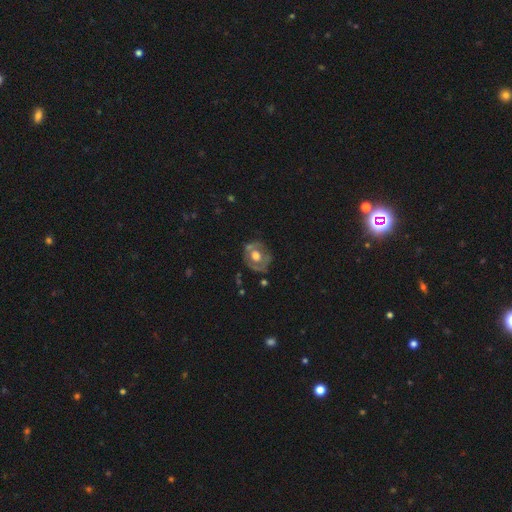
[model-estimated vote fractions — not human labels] Overall: featured or disk (55%; smooth 38%). Edge-on disk: no (95%). Bar: no (80%). Spiral arms: no (76%). Bulge size: moderate (62%; large 30%). Merging: none (67%).